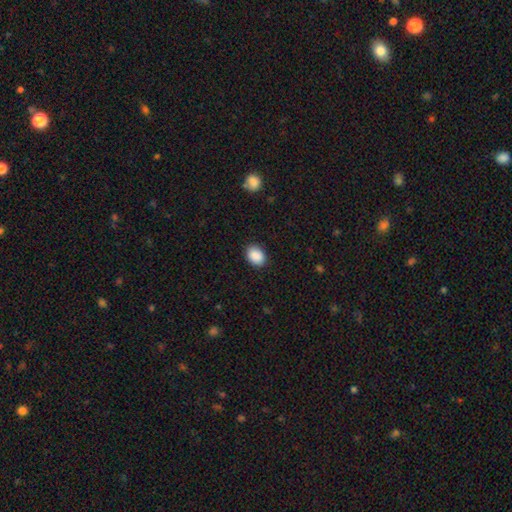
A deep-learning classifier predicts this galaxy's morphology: Smooth or featured? Predicted: smooth (p=0.90). How rounded? Predicted: in between (p=0.70). Merging? Predicted: none (p=0.88).